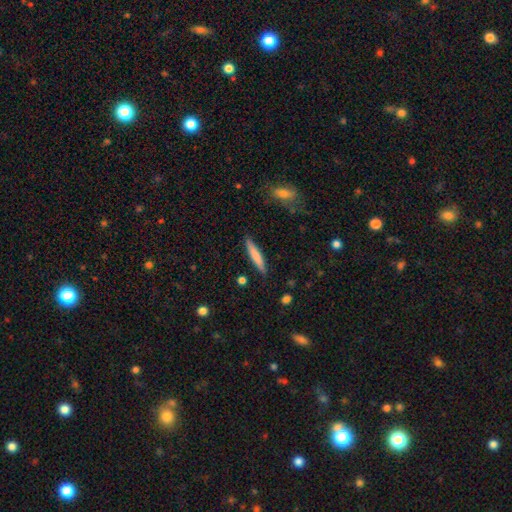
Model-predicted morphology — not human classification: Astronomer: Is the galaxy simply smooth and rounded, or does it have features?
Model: smooth — 73%.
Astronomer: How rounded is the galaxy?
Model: cigar-shaped — 91%.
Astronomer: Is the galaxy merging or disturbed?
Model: none — 87%.